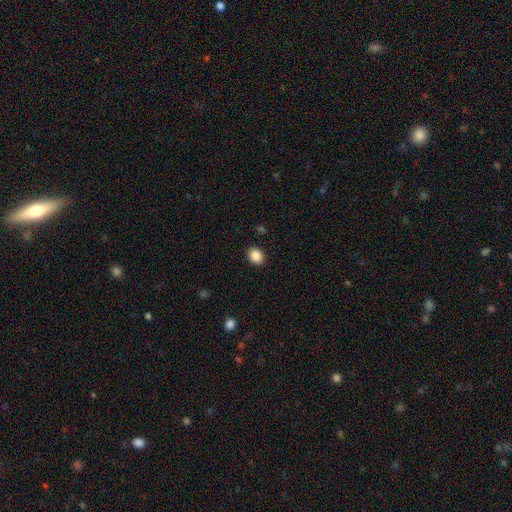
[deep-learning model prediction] smooth 88%, star or artifact 9%, featured or disk 3%. Down the decision tree: how rounded — in between (50%); merging — none (90%).